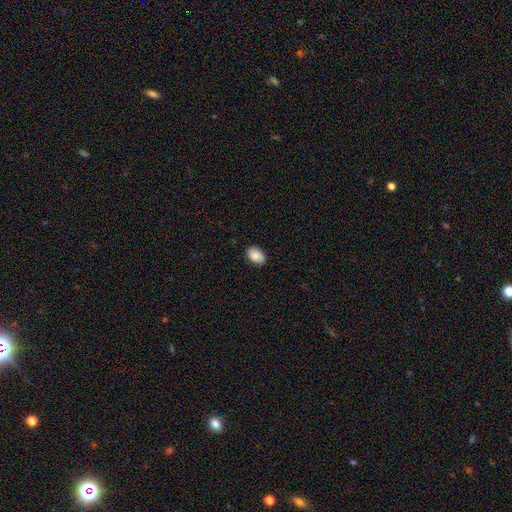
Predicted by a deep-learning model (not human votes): smooth_or_featured: smooth (p=0.88) [alt: star or artifact p=0.07]
how_rounded: in between (p=0.89) [alt: round p=0.10]
merging: none (p=0.88) [alt: minor disturbance p=0.09]